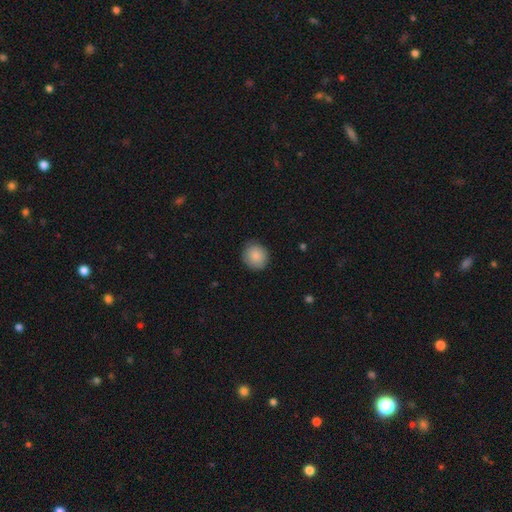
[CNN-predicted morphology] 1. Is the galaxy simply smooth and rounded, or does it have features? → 88% smooth, 7% star or artifact, 5% featured or disk.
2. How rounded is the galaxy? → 85% round, 15% in between, 1% cigar-shaped.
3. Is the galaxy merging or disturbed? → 85% none, 12% minor disturbance, 2% major disturbance, 1% merger.